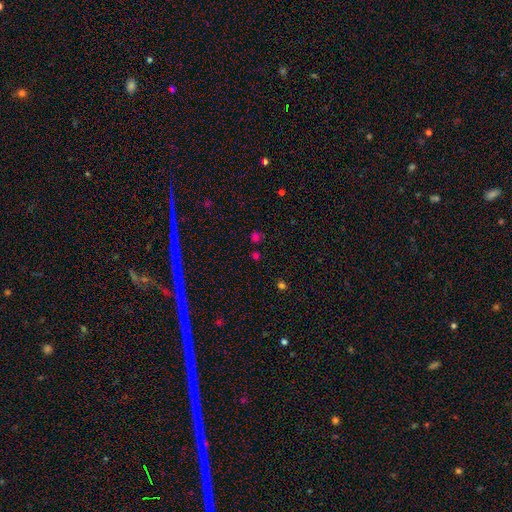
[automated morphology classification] Overall: smooth (51%; star or artifact 42%). How rounded: round (82%). Merging: none (77%).